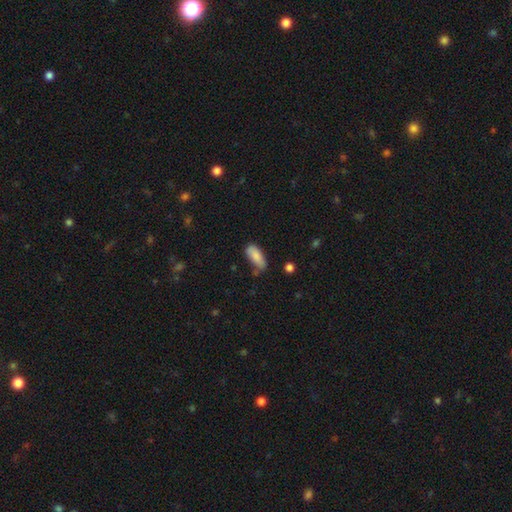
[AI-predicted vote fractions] Smooth or featured? Predicted: smooth (p=0.84). How rounded? Predicted: in between (p=0.84). Merging? Predicted: none (p=0.58).